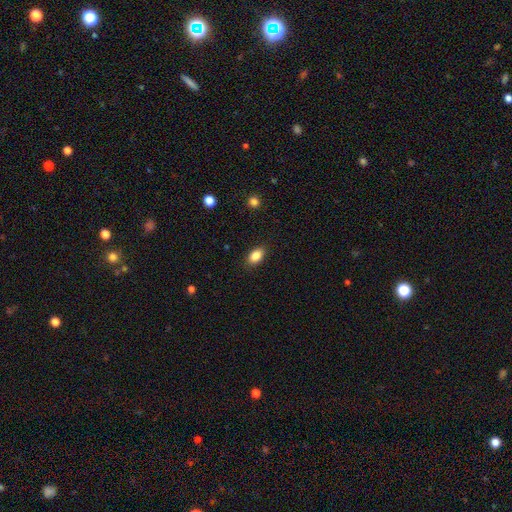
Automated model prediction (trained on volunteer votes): Smooth or featured? smooth (86%)
How rounded? in between (88%)
Merging? none (88%)